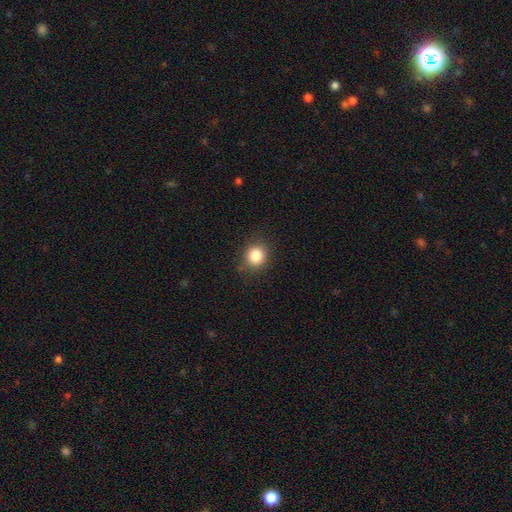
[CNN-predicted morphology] This is clearly a smooth galaxy (84%). How rounded: clearly round (85%). Merging: clearly none (85%).